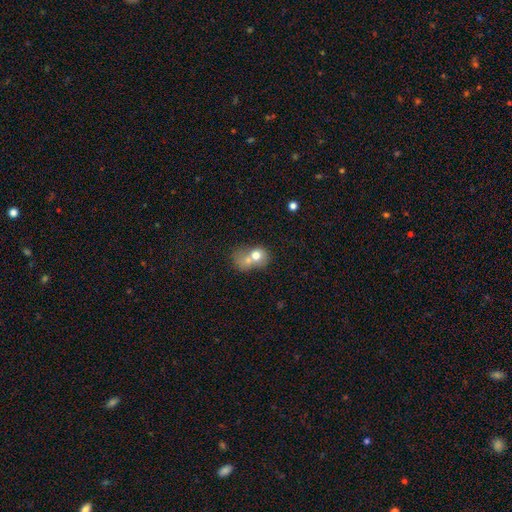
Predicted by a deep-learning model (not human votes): smooth 68%, featured or disk 22%, star or artifact 10%. Down the decision tree: how rounded — round (54%); merging — merger (69%).